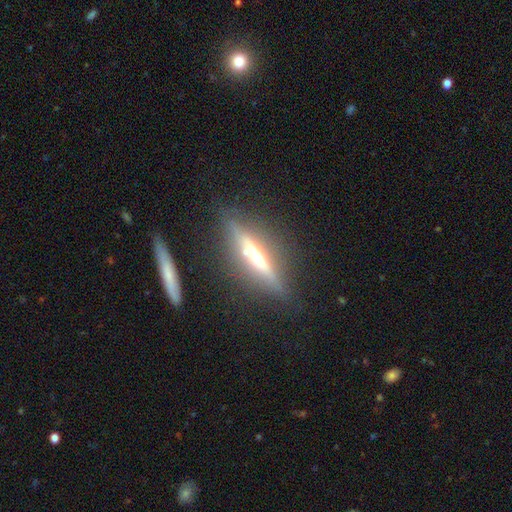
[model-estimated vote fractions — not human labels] smooth-or-featured: featured or disk: 71% | smooth: 21% | star or artifact: 8%
  disk-edge-on: yes: 92% | no: 8%
    edge-on-bulge: rounded: 56% | none: 27% | boxy: 17%
  merging: none: 80% | minor disturbance: 13% | major disturbance: 5% | merger: 3%